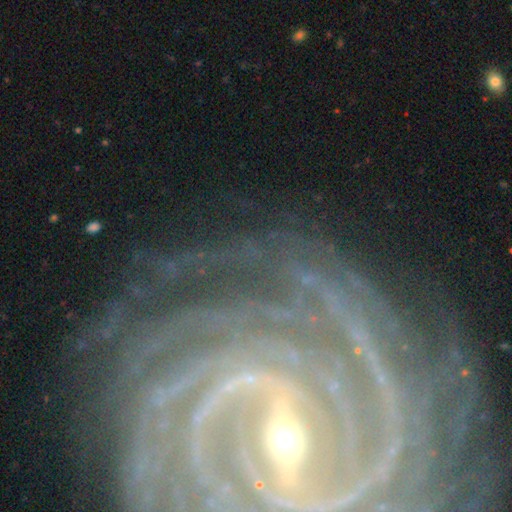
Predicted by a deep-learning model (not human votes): smooth_or_featured: featured or disk (p=0.90) [alt: star or artifact p=0.07]
disk_edge_on: no (p=0.97) [alt: yes p=0.03]
bar: strong (p=0.65) [alt: weak p=0.24]
has_spiral_arms: yes (p=0.98) [alt: no p=0.02]
spiral_winding: tight (p=0.79) [alt: medium p=0.17]
spiral_arm_count: more than 4 (p=0.23) [alt: 4 p=0.20]
bulge_size: small (p=0.64) [alt: moderate p=0.31]
merging: none (p=0.77) [alt: minor disturbance p=0.13]